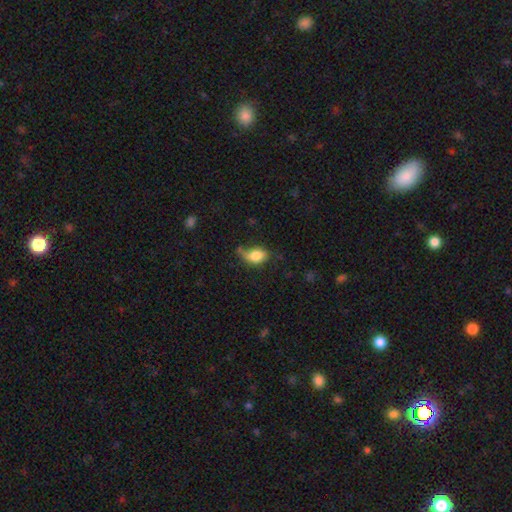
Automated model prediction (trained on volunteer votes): This is likely a smooth galaxy (78%). How rounded: clearly in between (83%). Merging: marginally none (44%).